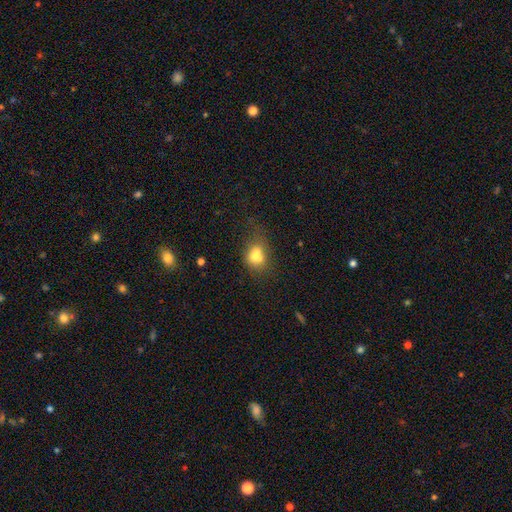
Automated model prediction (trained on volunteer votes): This is likely a smooth galaxy (69%). How rounded: possibly in between (55%). Merging: marginally merger (39%).